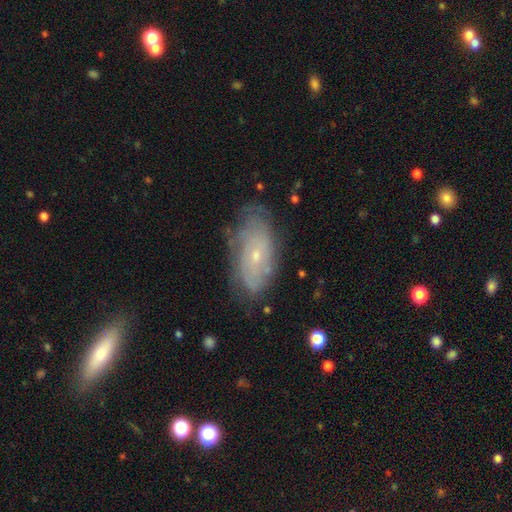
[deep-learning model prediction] Q: Smooth or featured?
A: featured or disk (66%); runner-up: smooth (26%)
Q: Edge-on disk?
A: no (91%); runner-up: yes (9%)
Q: Bar?
A: no (78%); runner-up: weak (18%)
Q: Spiral arms?
A: yes (78%); runner-up: no (22%)
Q: Bulge size?
A: small (76%); runner-up: moderate (20%)
Q: Merging?
A: none (70%); runner-up: minor disturbance (22%)